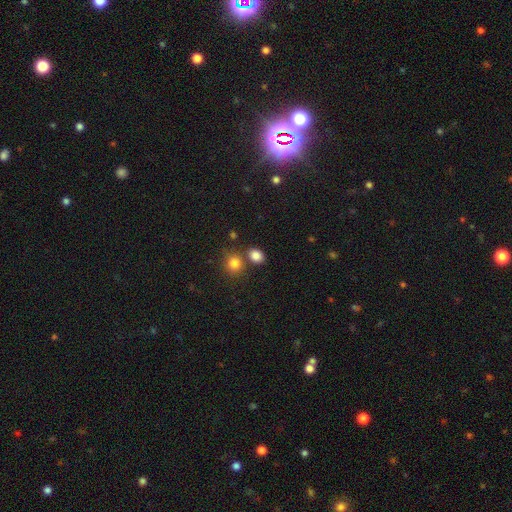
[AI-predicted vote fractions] Q: Smooth or featured?
A: smooth (84%); runner-up: star or artifact (11%)
Q: How rounded?
A: in between (56%); runner-up: round (43%)
Q: Merging?
A: none (69%); runner-up: merger (18%)